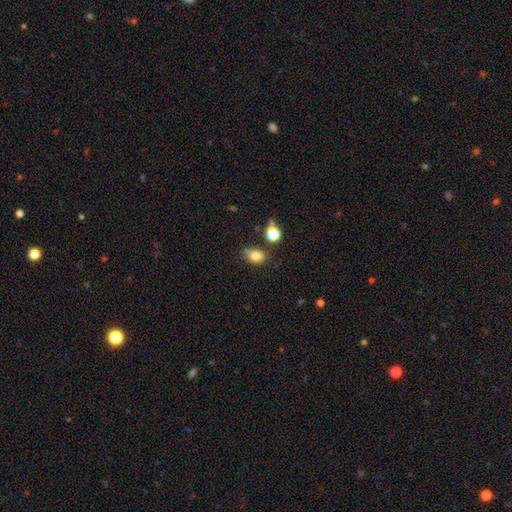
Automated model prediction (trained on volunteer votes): Q: Smooth or featured?
A: smooth (78%); runner-up: star or artifact (12%)
Q: How rounded?
A: in between (71%); runner-up: round (27%)
Q: Merging?
A: none (50%); runner-up: minor disturbance (31%)